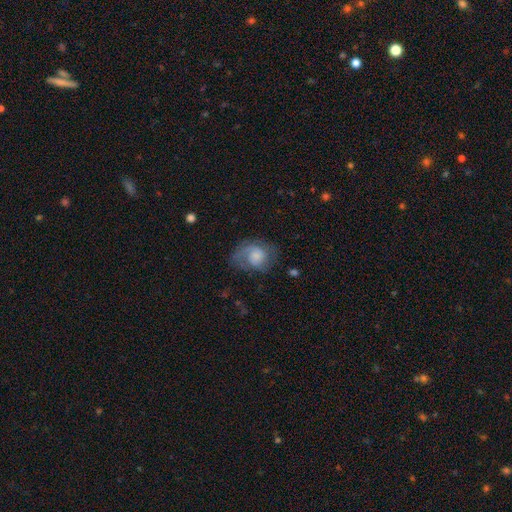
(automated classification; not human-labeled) Smooth or featured?
  - featured or disk: 53% *
  - smooth: 38%
  - star or artifact: 8%
Edge-on disk?
  - no: 97% *
  - yes: 3%
Bar?
  - no: 72% *
  - weak: 24%
  - strong: 3%
Spiral arms?
  - yes: 84% *
  - no: 16%
Bulge size?
  - small: 30% *
  - moderate: 26%
  - none: 22%
  - large: 18%
  - dominant: 4%
Merging?
  - none: 49% *
  - major disturbance: 25%
  - minor disturbance: 24%
  - merger: 2%